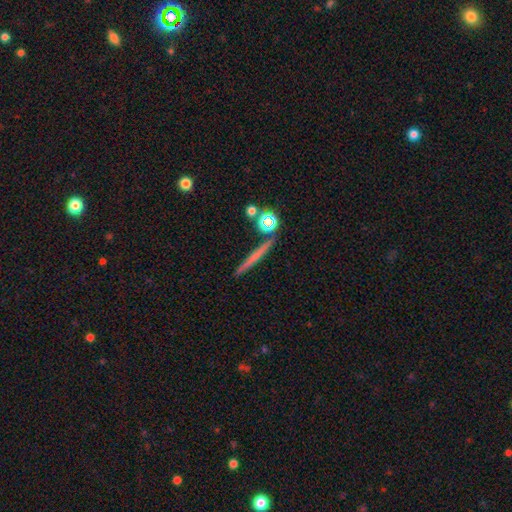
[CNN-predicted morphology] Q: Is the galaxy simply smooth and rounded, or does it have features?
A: smooth — 46%.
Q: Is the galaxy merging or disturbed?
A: none — 85%.